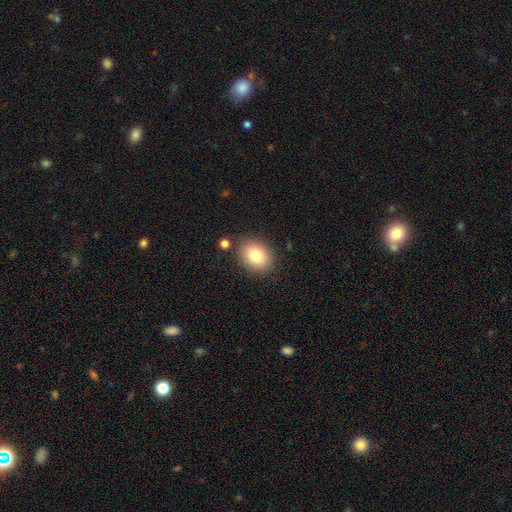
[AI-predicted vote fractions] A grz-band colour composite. It shows a smooth galaxy with no disk features (81%) that is round (50%). Merging: none (84%).